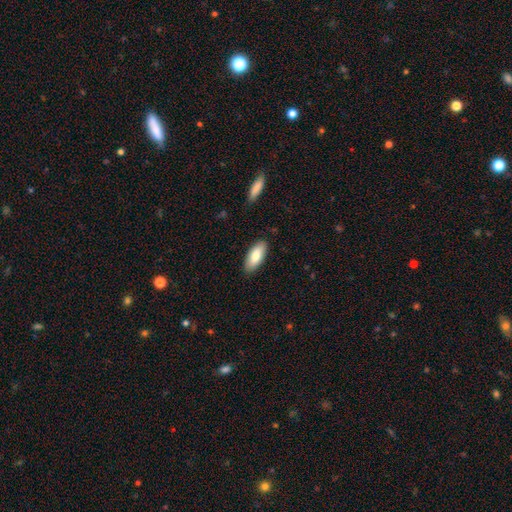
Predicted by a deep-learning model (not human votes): smooth_or_featured: smooth (p=0.82) [alt: featured or disk p=0.12]
how_rounded: in between (p=0.84) [alt: cigar-shaped p=0.14]
merging: none (p=0.88) [alt: minor disturbance p=0.09]